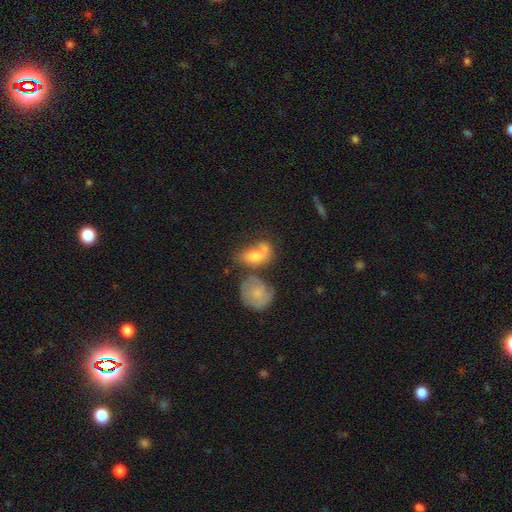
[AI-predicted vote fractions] A smooth galaxy with no disk features (59%) that is in between round and cigar-shaped (76%). Merging: merger (42%).